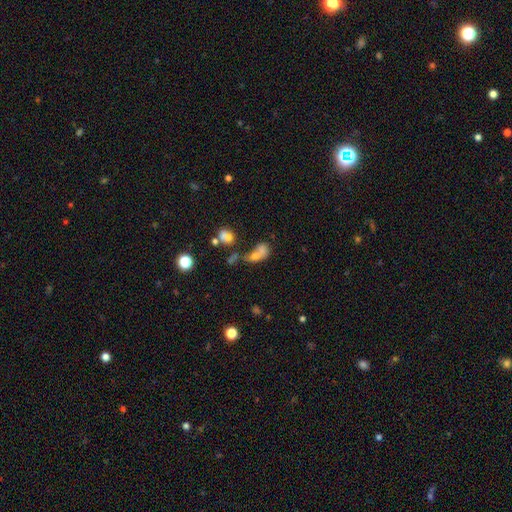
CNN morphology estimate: Q: Smooth or featured?
A: smooth (64%); runner-up: featured or disk (20%)
Q: How rounded?
A: in between (72%); runner-up: round (22%)
Q: Merging?
A: merger (54%); runner-up: none (22%)